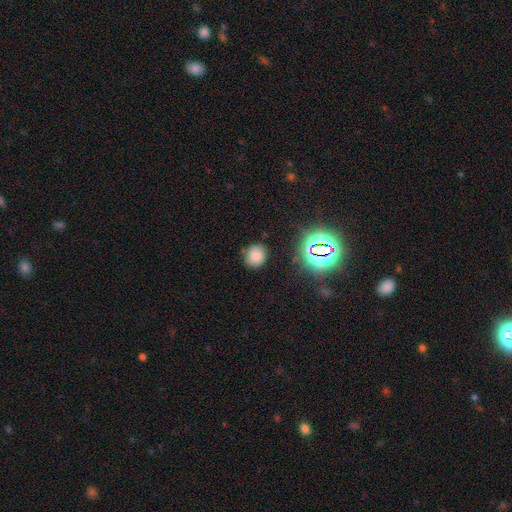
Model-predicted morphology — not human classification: The model was most divided on "how rounded": round: 77%, in between: 22%, cigar-shaped: 1%. More confident: merging — none (82%); smooth or featured — smooth (75%).